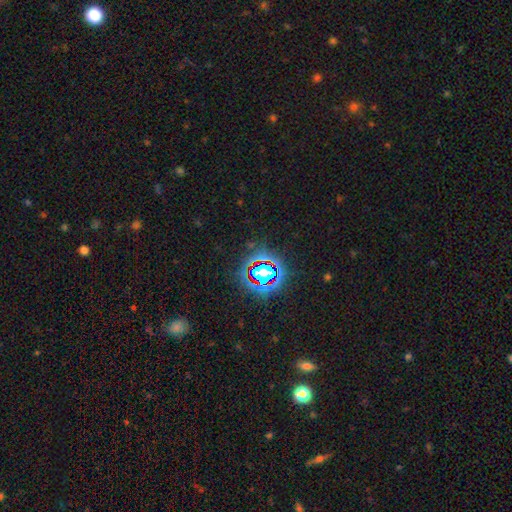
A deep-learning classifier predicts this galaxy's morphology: Overall: star or artifact (79%).